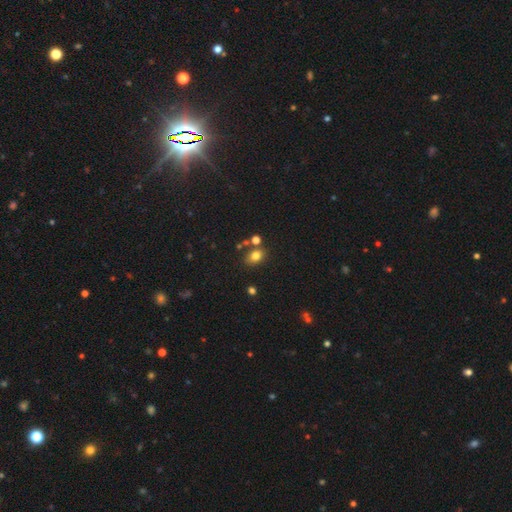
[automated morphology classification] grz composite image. It shows a smooth galaxy with no disk features (78%) that is in between round and cigar-shaped (62%). Merging: none (69%).